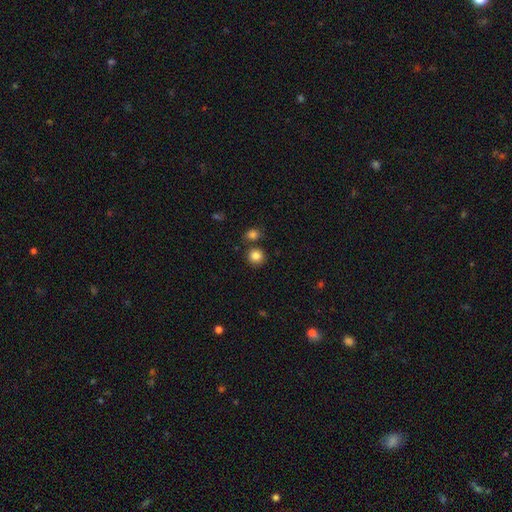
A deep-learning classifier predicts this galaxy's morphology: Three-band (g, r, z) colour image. It shows a smooth galaxy with no disk features (85%) that is round (90%). Merging: none (78%).